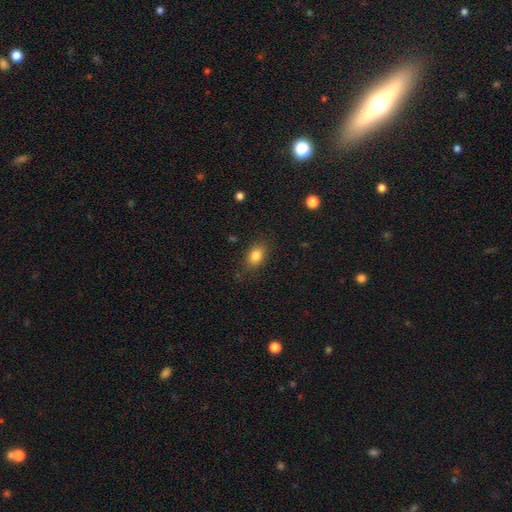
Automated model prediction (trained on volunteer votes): This is clearly a smooth galaxy (83%). How rounded: likely in between (77%). Merging: likely none (80%).